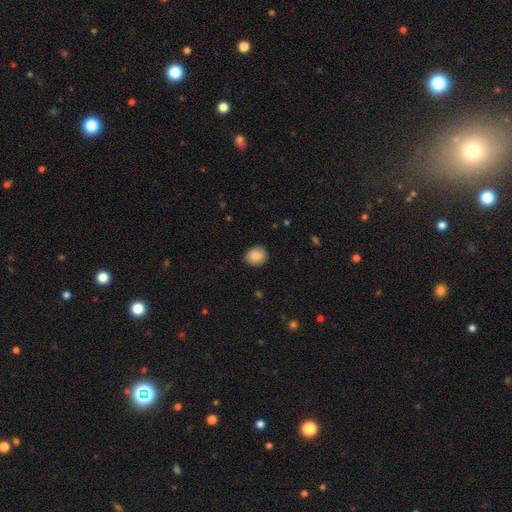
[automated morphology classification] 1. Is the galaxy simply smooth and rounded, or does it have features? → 87% smooth, 8% star or artifact, 5% featured or disk.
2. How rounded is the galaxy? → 78% round, 21% in between, 1% cigar-shaped.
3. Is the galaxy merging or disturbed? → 86% none, 11% minor disturbance, 2% major disturbance, 1% merger.